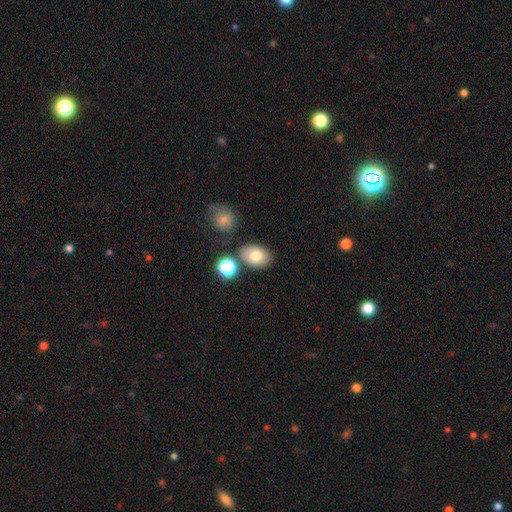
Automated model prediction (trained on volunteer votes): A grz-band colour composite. It shows a smooth galaxy with no disk features (77%) that is in between round and cigar-shaped (78%). Merging: none (74%).